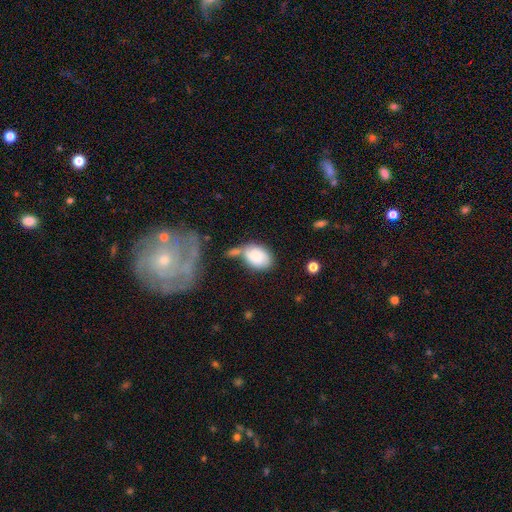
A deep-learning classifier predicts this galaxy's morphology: smooth-or-featured: smooth: 79% | featured or disk: 14% | star or artifact: 7%
  how-rounded: in between: 82% | round: 17% | cigar-shaped: 1%
  merging: none: 39% | merger: 27% | minor disturbance: 23% | major disturbance: 11%